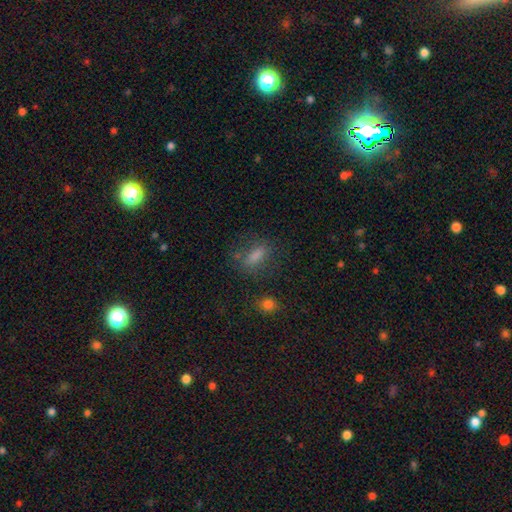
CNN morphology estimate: The model was most divided on "how rounded": in between: 62%, cigar-shaped: 28%, round: 10%. More confident: merging — none (72%); smooth or featured — smooth (66%).